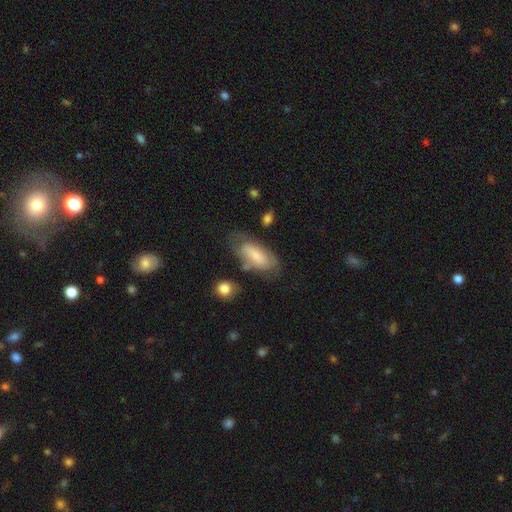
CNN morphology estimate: smooth-or-featured: smooth: 62% | featured or disk: 31% | star or artifact: 7%
  how-rounded: in between: 84% | cigar-shaped: 13% | round: 3%
  merging: none: 57% | minor disturbance: 24% | major disturbance: 12% | merger: 7%